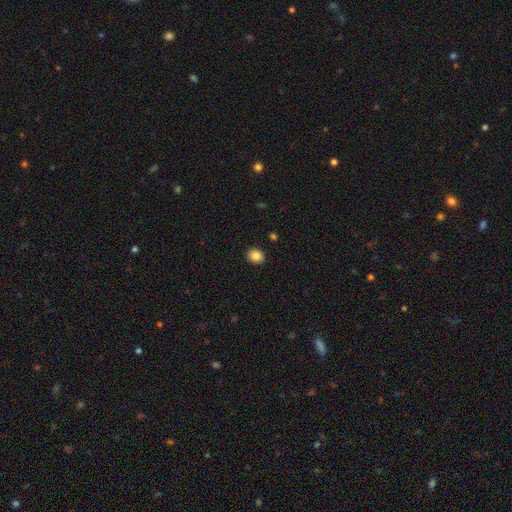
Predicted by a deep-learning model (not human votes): This appears to be a smooth galaxy with no disk features (86%) that is round (62%). Merging: none (91%).